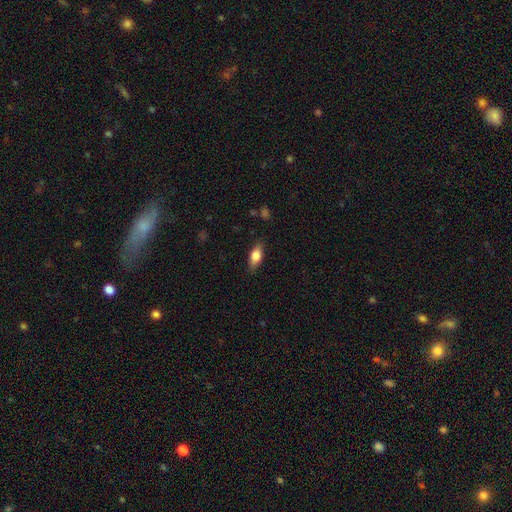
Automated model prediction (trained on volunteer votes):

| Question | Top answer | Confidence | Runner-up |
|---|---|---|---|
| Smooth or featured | smooth | 75% | featured or disk (18%) |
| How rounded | in between | 82% | cigar-shaped (13%) |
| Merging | none | 83% | minor disturbance (13%) |